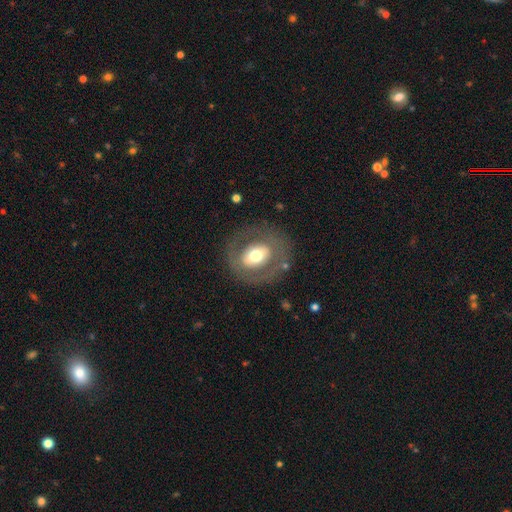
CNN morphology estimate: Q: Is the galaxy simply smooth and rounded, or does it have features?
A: featured or disk — 47%.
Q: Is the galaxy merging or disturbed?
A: none — 78%.